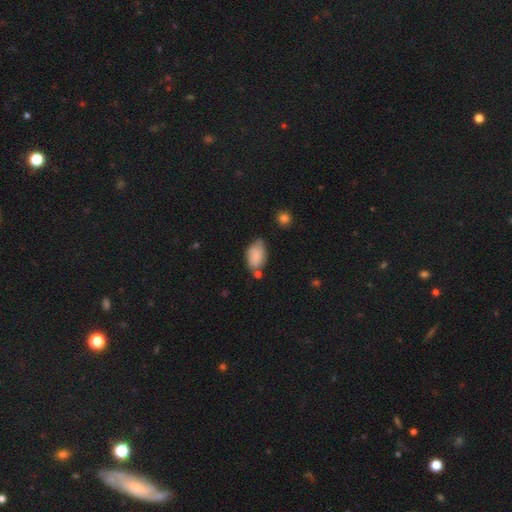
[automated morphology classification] smooth_or_featured: smooth (p=0.80) [alt: featured or disk p=0.13]
how_rounded: in between (p=0.92) [alt: round p=0.06]
merging: none (p=0.50) [alt: minor disturbance p=0.30]